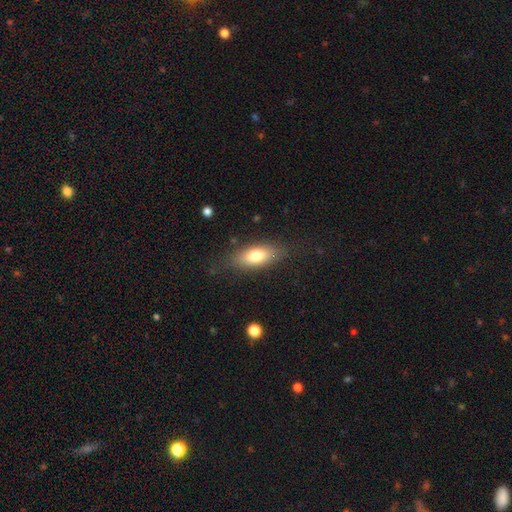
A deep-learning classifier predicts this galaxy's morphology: Smooth or featured: smooth — 73% (featured or disk — 19%)
How rounded: in between — 78% (cigar-shaped — 18%)
Merging: none — 81% (minor disturbance — 13%)